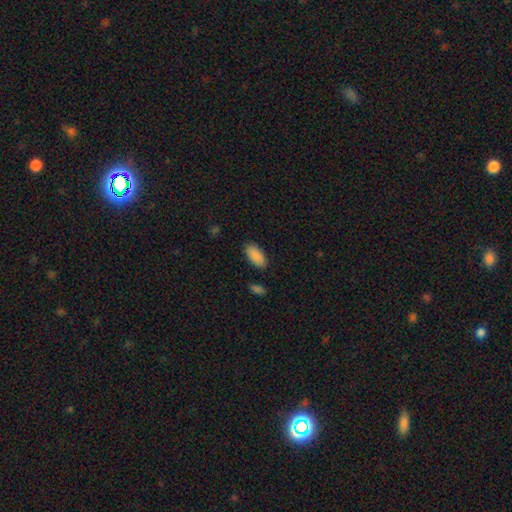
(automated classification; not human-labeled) Smooth or featured? Predicted: smooth (p=0.89). How rounded? Predicted: in between (p=0.93). Merging? Predicted: none (p=0.86).